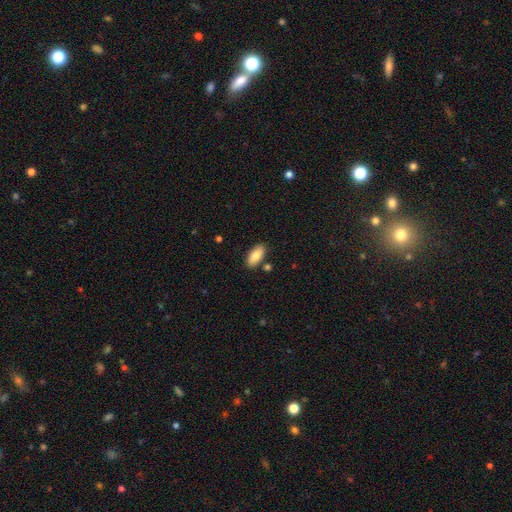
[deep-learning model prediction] This appears to be a smooth galaxy with no disk features (83%) that is in between round and cigar-shaped (90%). Merging: none (84%).